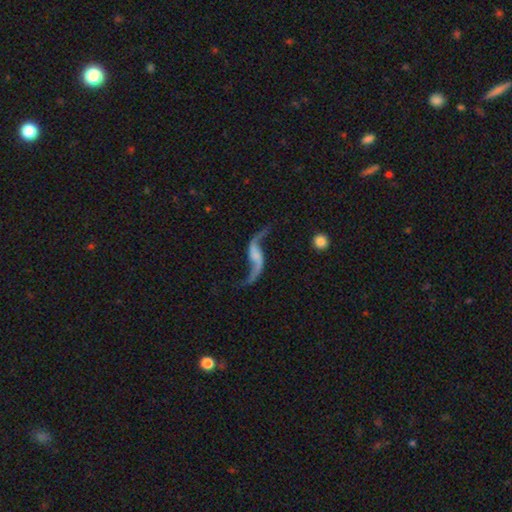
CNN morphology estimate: Overall: featured or disk (90%). Edge-on disk: no (95%). Bar: no (47%; weak 34%). Spiral arms: yes (96%). Spiral arm count: 2 (94%). Spiral winding: loose (96%). Bulge size: none (56%; small 23%). Merging: none (71%).